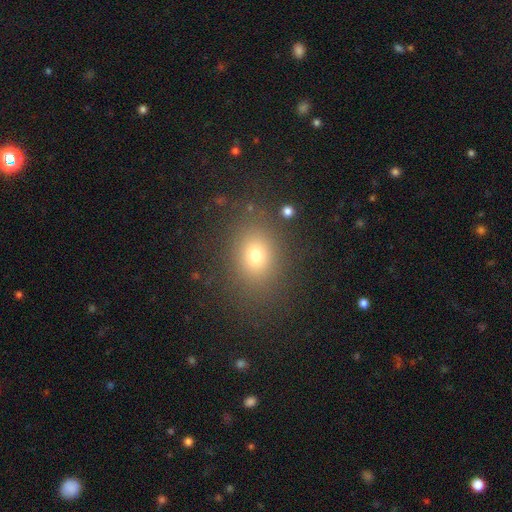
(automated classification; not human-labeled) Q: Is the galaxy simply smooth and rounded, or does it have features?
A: smooth — 73%.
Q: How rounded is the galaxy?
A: in between — 49%, tied with round.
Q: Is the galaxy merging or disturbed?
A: none — 84%.